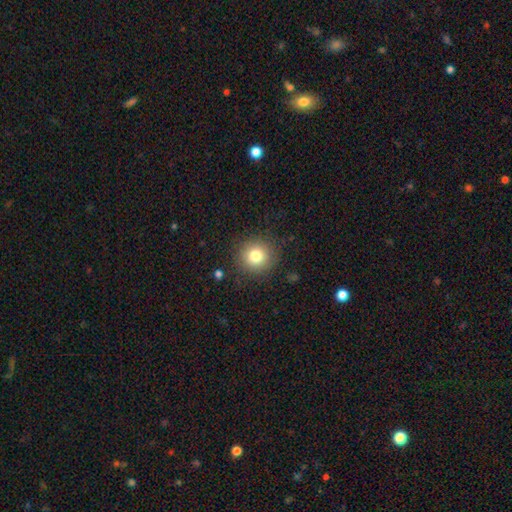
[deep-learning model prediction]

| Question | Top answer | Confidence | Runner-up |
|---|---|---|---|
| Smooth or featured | smooth | 80% | star or artifact (11%) |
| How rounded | round | 93% | in between (6%) |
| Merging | none | 88% | minor disturbance (8%) |